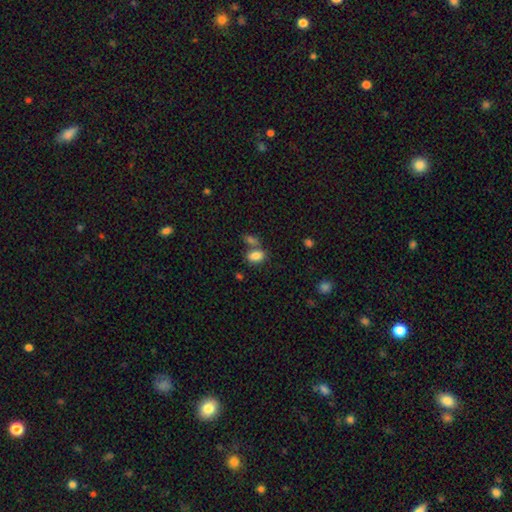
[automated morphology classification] smooth-or-featured: smooth: 83% | star or artifact: 9% | featured or disk: 8%
  how-rounded: in between: 88% | round: 10% | cigar-shaped: 2%
  merging: none: 52% | merger: 30% | minor disturbance: 13% | major disturbance: 4%